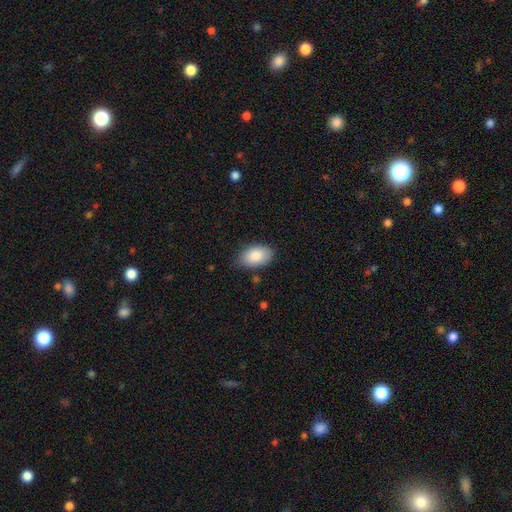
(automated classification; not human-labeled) A smooth galaxy with no disk features (86%) that is in between round and cigar-shaped (93%). Merging: none (79%).